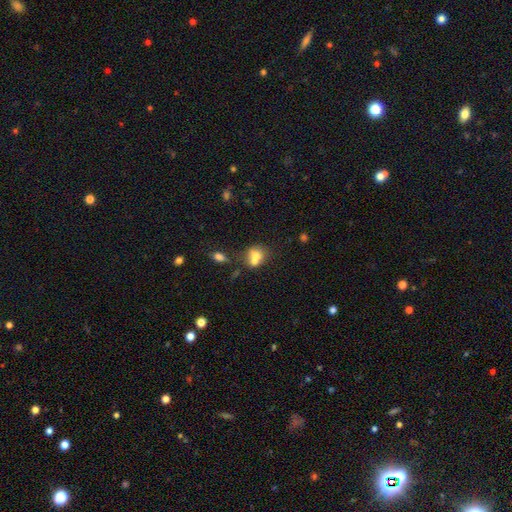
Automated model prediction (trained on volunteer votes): Overall: smooth (68%). How rounded: round (60%; in between 38%). Merging: merger (56%; none 30%).